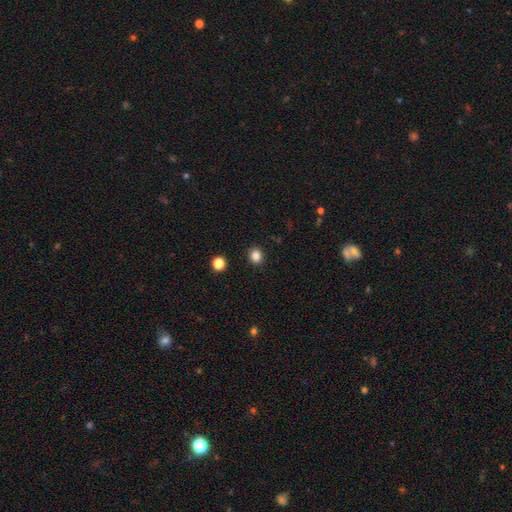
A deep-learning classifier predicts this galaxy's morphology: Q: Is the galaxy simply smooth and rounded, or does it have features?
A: smooth — 85%.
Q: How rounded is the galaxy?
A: round — 66%.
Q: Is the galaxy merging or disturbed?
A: none — 90%.